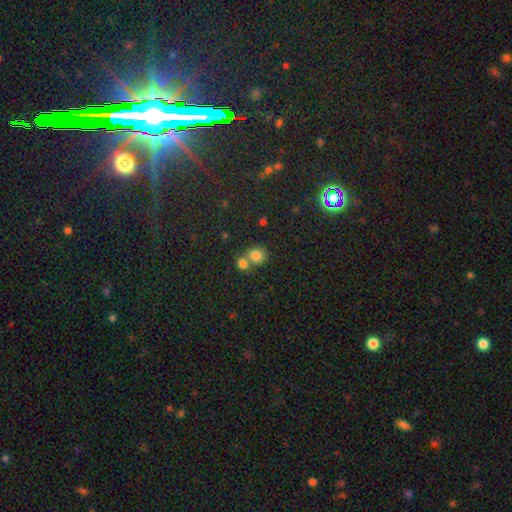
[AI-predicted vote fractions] smooth 79%, star or artifact 13%, featured or disk 8%. Down the decision tree: how rounded — round (79%); merging — merger (49%).